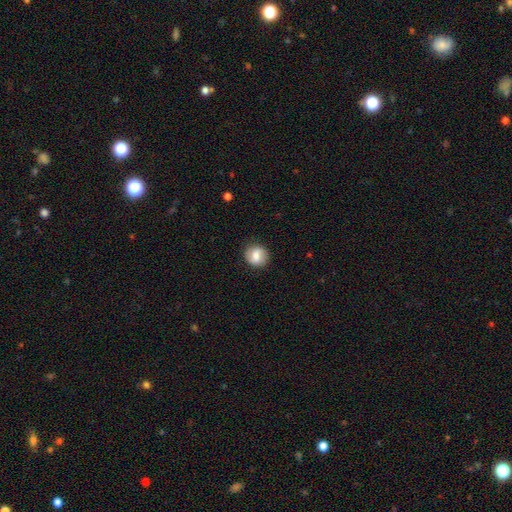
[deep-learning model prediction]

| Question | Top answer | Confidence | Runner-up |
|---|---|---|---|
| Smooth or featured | smooth | 72% | featured or disk (20%) |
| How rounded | round | 81% | in between (18%) |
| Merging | none | 86% | minor disturbance (10%) |